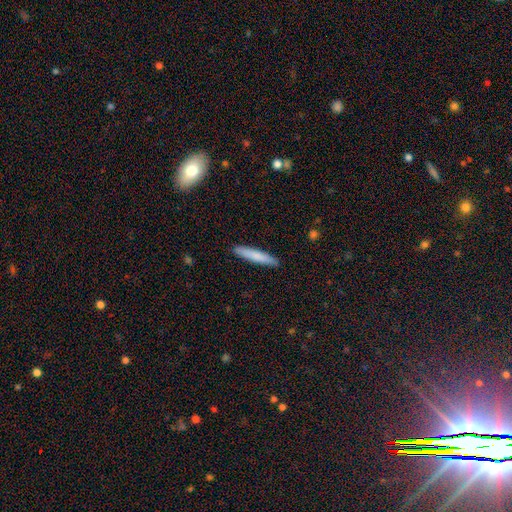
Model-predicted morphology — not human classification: The model was most divided on "smooth or featured": smooth: 79%, featured or disk: 16%, star or artifact: 6%. More confident: how rounded — cigar-shaped (92%); merging — none (91%).